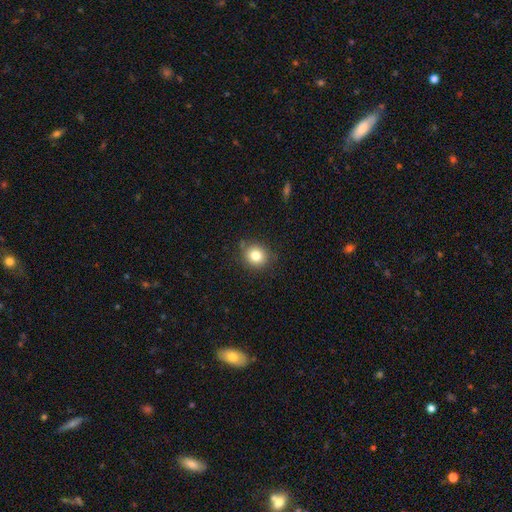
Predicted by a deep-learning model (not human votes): The model was most divided on "how rounded": round: 79%, in between: 20%, cigar-shaped: 1%. More confident: merging — none (82%); smooth or featured — smooth (81%).